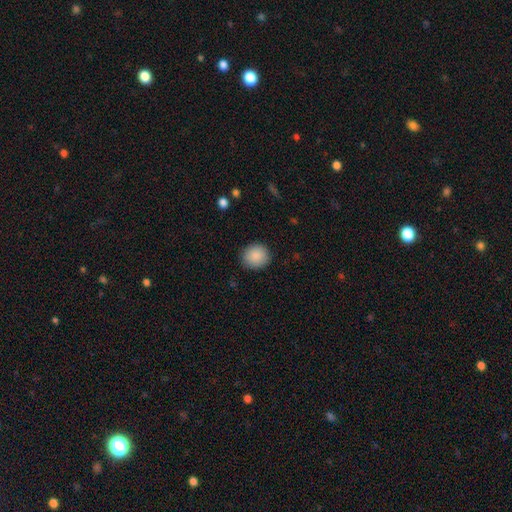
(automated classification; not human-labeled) smooth_or_featured: smooth (p=0.89) [alt: star or artifact p=0.08]
how_rounded: round (p=0.83) [alt: in between p=0.16]
merging: none (p=0.89) [alt: minor disturbance p=0.08]